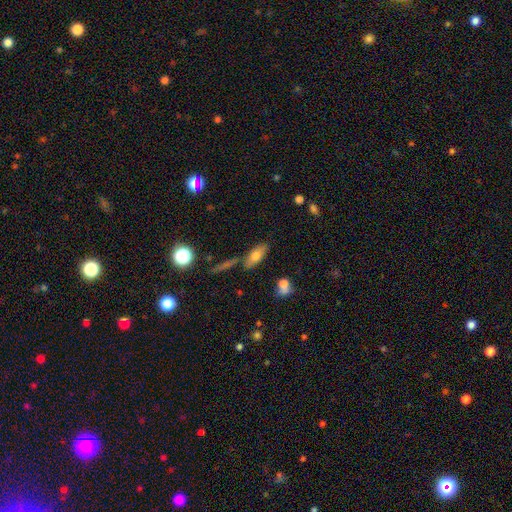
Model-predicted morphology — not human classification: Smooth or featured?
  - smooth: 67% *
  - featured or disk: 24%
  - star or artifact: 9%
How rounded?
  - in between: 69% *
  - cigar-shaped: 27%
  - round: 4%
Merging?
  - none: 68% *
  - minor disturbance: 16%
  - merger: 12%
  - major disturbance: 5%